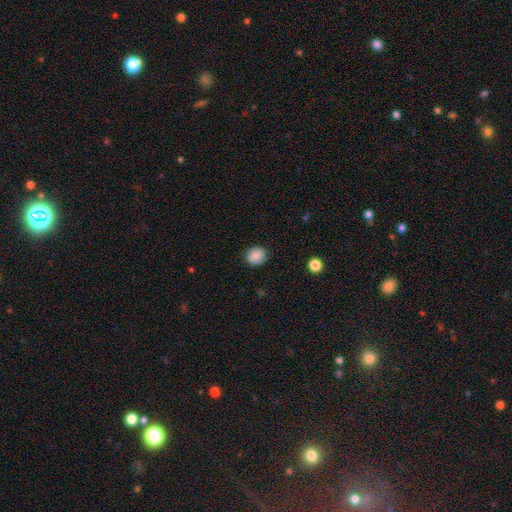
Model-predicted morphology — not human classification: Smooth or featured: smooth — 85% (star or artifact — 8%)
How rounded: round — 68% (in between — 31%)
Merging: none — 85% (minor disturbance — 11%)